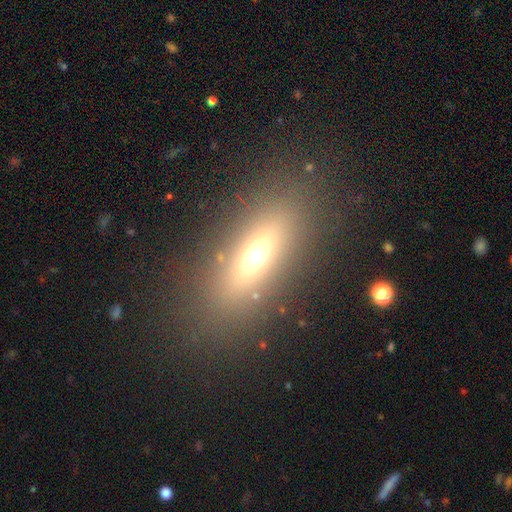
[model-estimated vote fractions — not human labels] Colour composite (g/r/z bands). It shows a smooth galaxy with no disk features (57%) that is in between round and cigar-shaped (61%). Merging: none (83%).